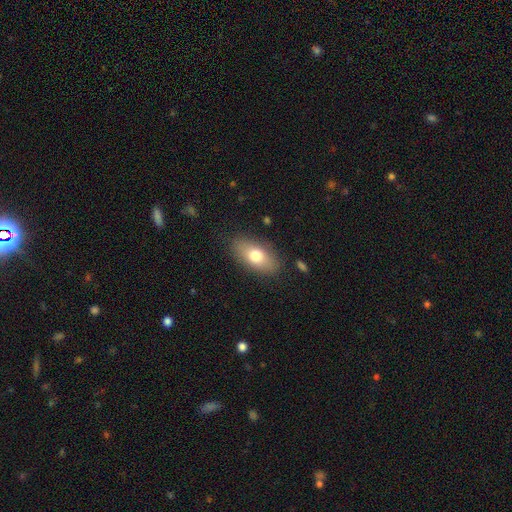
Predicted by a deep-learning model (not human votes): This appears to be a smooth galaxy with no disk features (74%) that is in between round and cigar-shaped (89%). Merging: none (84%).